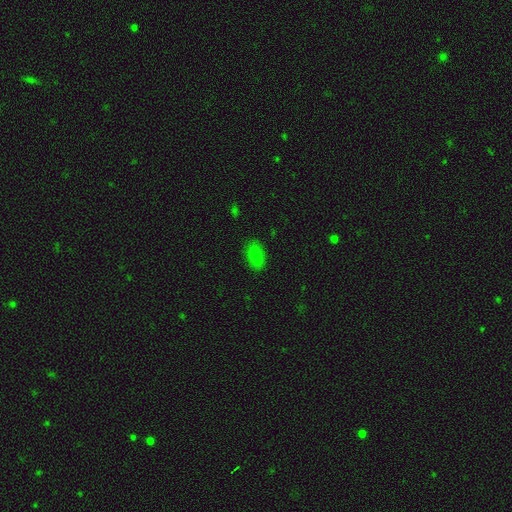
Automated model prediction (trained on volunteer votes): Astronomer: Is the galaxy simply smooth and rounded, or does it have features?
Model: smooth — 83%.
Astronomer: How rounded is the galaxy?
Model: in between — 92%.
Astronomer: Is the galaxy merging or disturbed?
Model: none — 84%.